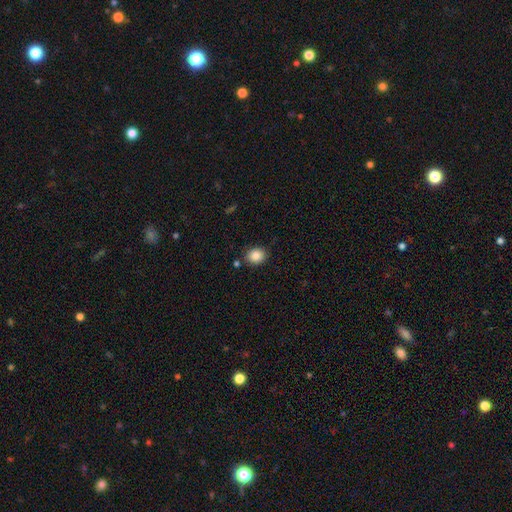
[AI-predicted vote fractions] A smooth galaxy with no disk features (87%) that is round (65%). Merging: none (82%).